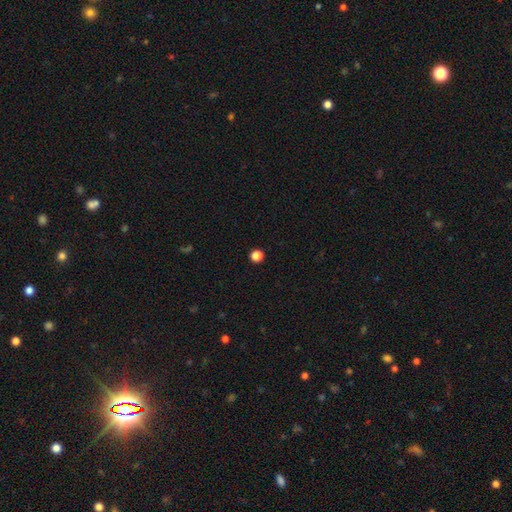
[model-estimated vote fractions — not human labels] Morphology: type=smooth (81%); roundness=round (87%); merging=none (92%).